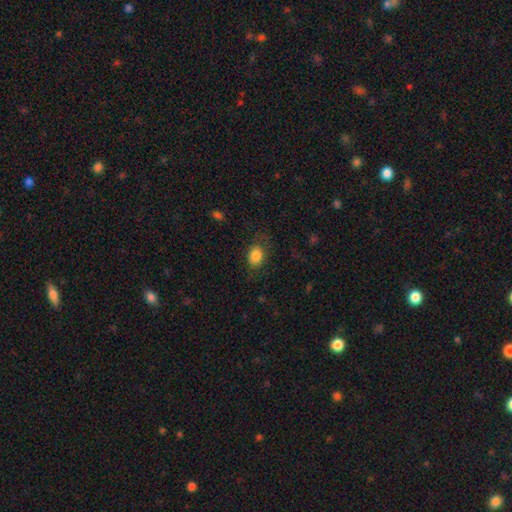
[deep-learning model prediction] Overall: smooth (84%). How rounded: in between (71%). Merging: none (69%).